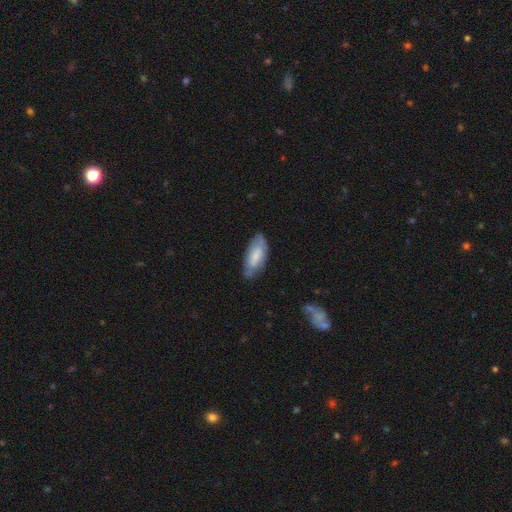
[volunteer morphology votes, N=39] type=smooth (59%); roundness=in between (83%); merging=none (59%).